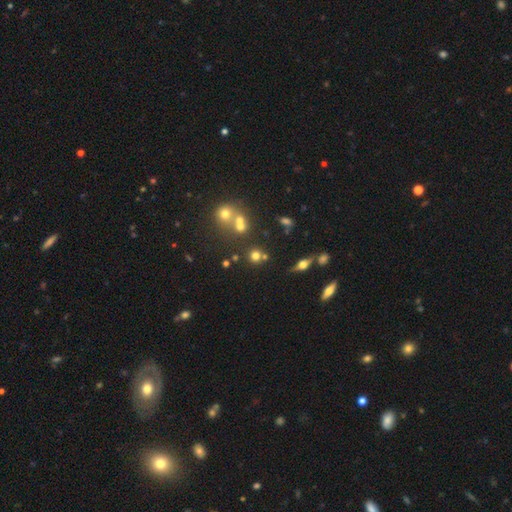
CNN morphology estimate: The model was most divided on "merging": none: 68%, merger: 19%, minor disturbance: 9%, major disturbance: 4%. More confident: how rounded — round (89%); smooth or featured — smooth (68%).